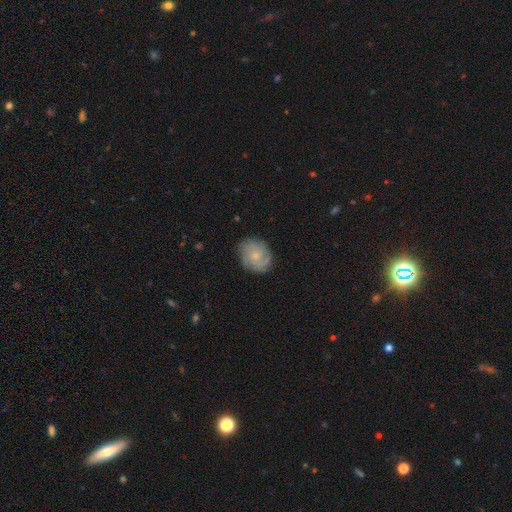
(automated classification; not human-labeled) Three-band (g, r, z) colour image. It shows a featured or disk galaxy (59%) with no bar (78%), tight (57%) spiral arms (88%) and a small central bulge (60%). Merging: none (78%).